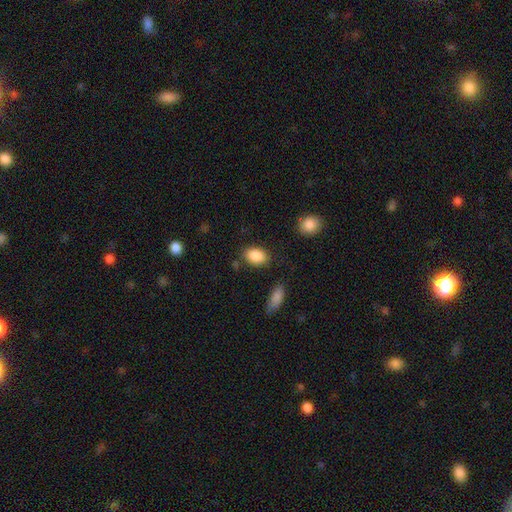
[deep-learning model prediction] smooth 88%, star or artifact 7%, featured or disk 4%. Down the decision tree: how rounded — in between (83%); merging — none (80%).